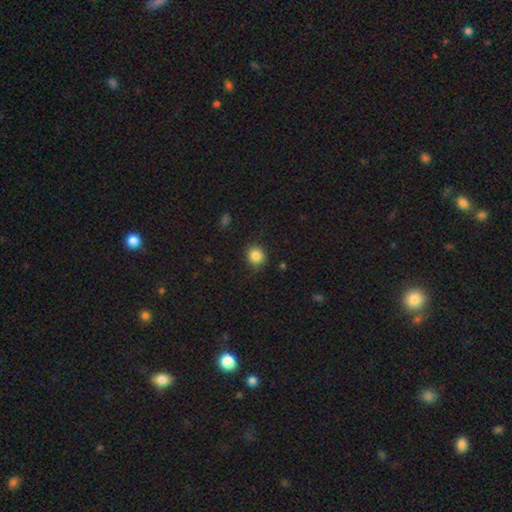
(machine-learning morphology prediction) type=smooth (84%); roundness=round (89%); merging=none (86%).